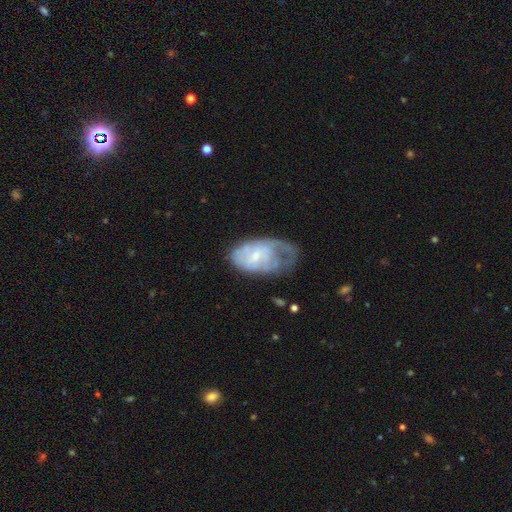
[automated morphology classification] type=featured or disk (57%); edge-on=no (96%); bar=no (59%); spiral arms=yes (57%); bulge=small (61%); merging=major disturbance (36%).